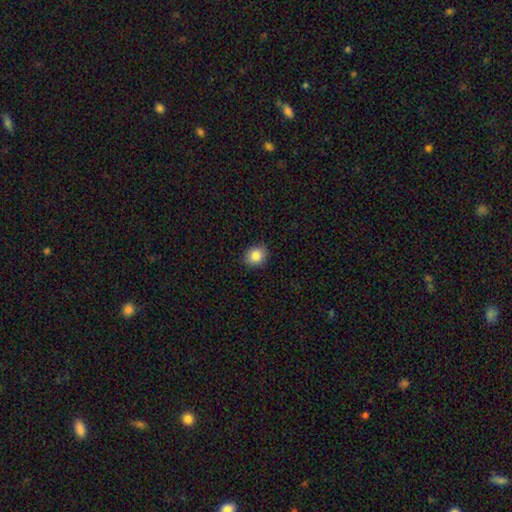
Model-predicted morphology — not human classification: A smooth galaxy with no disk features (84%) that is round (71%). Merging: none (89%).